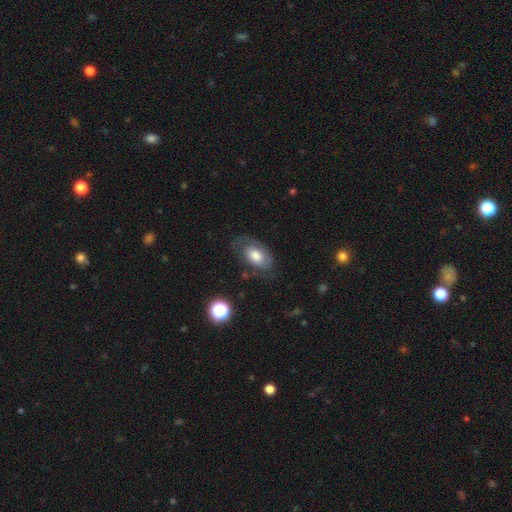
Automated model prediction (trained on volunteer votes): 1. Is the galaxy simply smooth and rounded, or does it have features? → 50% smooth, 42% featured or disk, 8% star or artifact.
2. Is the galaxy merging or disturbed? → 65% none, 20% minor disturbance, 13% major disturbance, 2% merger.